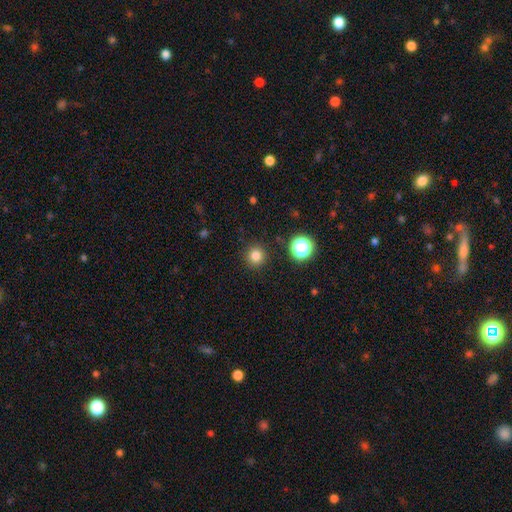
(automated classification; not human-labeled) A smooth galaxy with no disk features (80%) that is round (94%). Merging: none (91%).